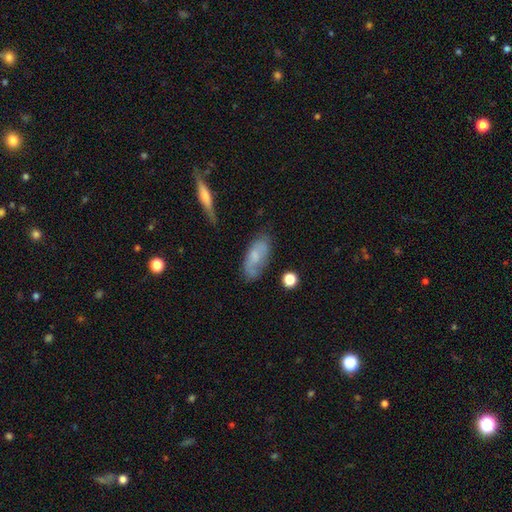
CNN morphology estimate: smooth-or-featured: smooth: 60% | featured or disk: 32% | star or artifact: 8%
  how-rounded: in between: 85% | cigar-shaped: 12% | round: 3%
  merging: none: 65% | minor disturbance: 25% | major disturbance: 7% | merger: 3%